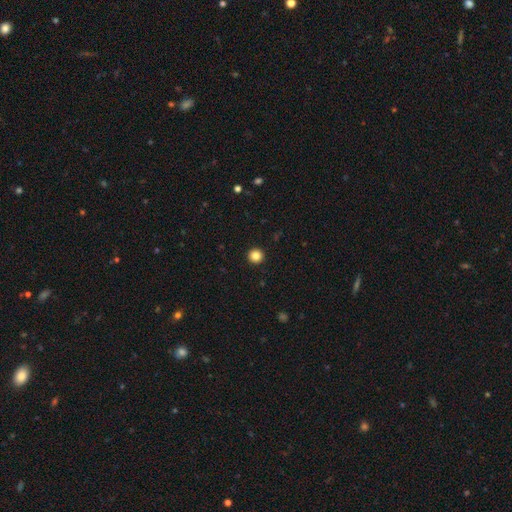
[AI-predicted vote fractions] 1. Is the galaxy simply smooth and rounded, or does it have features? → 85% smooth, 11% star or artifact, 4% featured or disk.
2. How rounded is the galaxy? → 96% round, 3% in between, 1% cigar-shaped.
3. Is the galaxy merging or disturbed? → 94% none, 3% minor disturbance, 1% major disturbance, 1% merger.